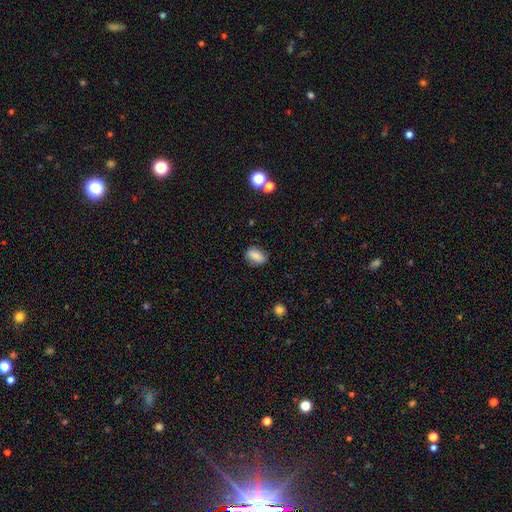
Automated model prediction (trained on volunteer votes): smooth 81%, featured or disk 10%, star or artifact 9%. Down the decision tree: how rounded — in between (82%); merging — none (80%).